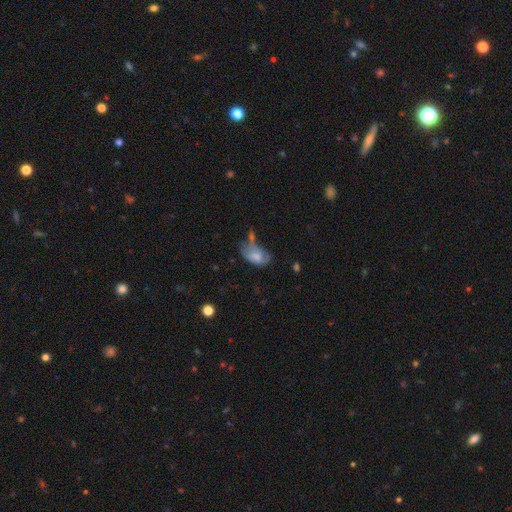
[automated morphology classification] The model was most divided on "merging": minor disturbance: 30%, none: 27%, major disturbance: 25%, merger: 18%. More confident: how rounded — in between (91%); smooth or featured — smooth (67%).